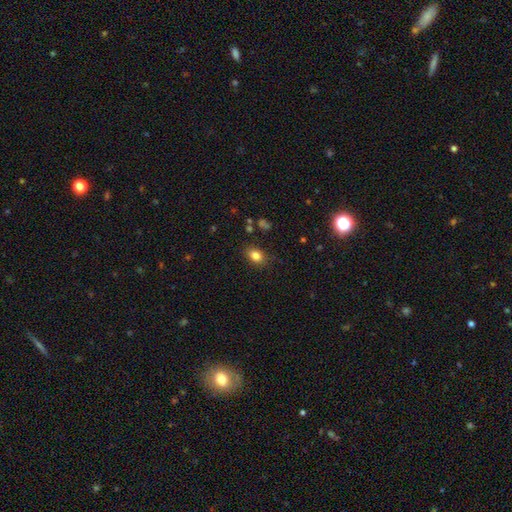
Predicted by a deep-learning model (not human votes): Q: Smooth or featured?
A: smooth (82%); runner-up: star or artifact (11%)
Q: How rounded?
A: in between (74%); runner-up: round (24%)
Q: Merging?
A: none (83%); runner-up: minor disturbance (12%)